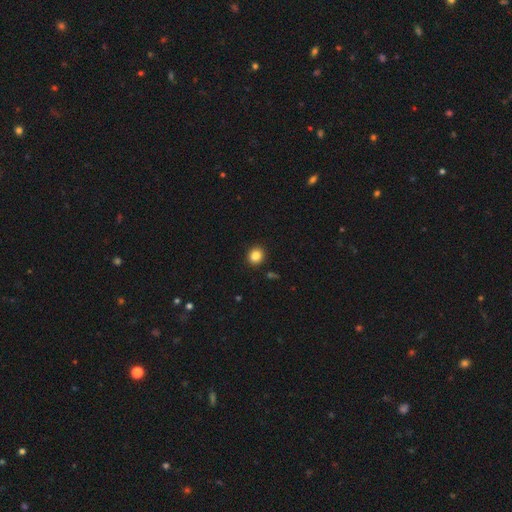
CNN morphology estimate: The model was most divided on "how rounded": round: 82%, in between: 17%, cigar-shaped: 1%. More confident: merging — none (92%); smooth or featured — smooth (85%).